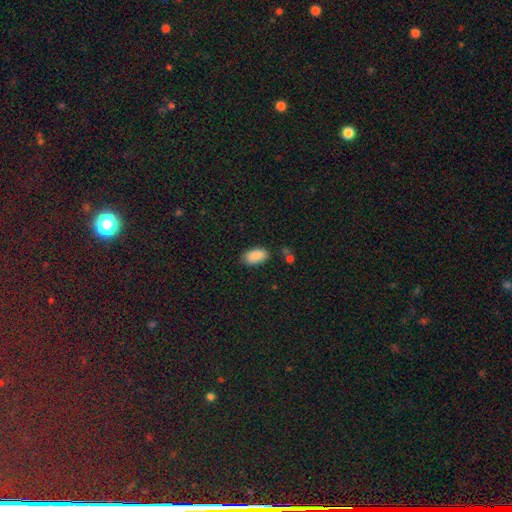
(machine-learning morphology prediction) Smooth or featured? smooth (88%)
How rounded? in between (94%)
Merging? none (76%)